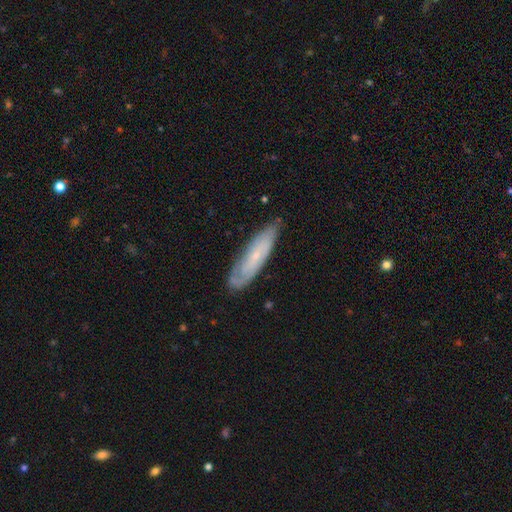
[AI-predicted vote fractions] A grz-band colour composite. It shows a featured or disk galaxy (54%). Merging: none (73%).